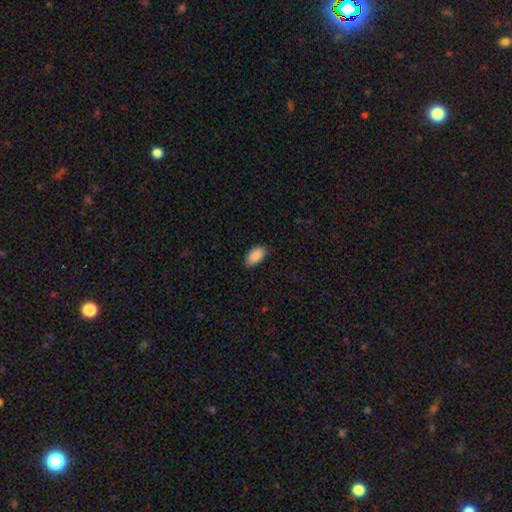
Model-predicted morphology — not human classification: The model was most divided on "merging": none: 83%, minor disturbance: 13%, major disturbance: 2%, merger: 1%. More confident: how rounded — in between (94%); smooth or featured — smooth (89%).